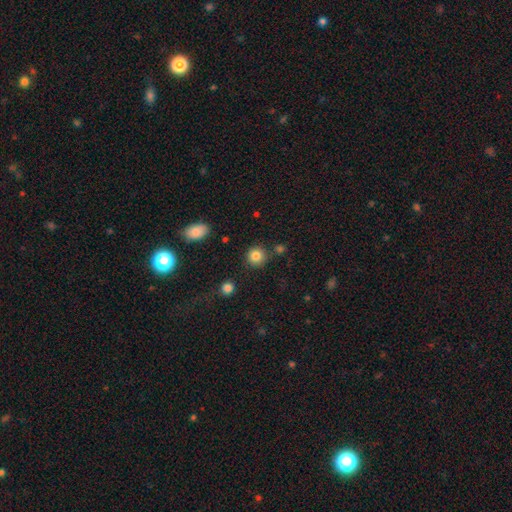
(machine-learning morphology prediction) smooth_or_featured: smooth (p=0.84) [alt: star or artifact p=0.11]
how_rounded: round (p=0.91) [alt: in between p=0.08]
merging: none (p=0.84) [alt: minor disturbance p=0.08]